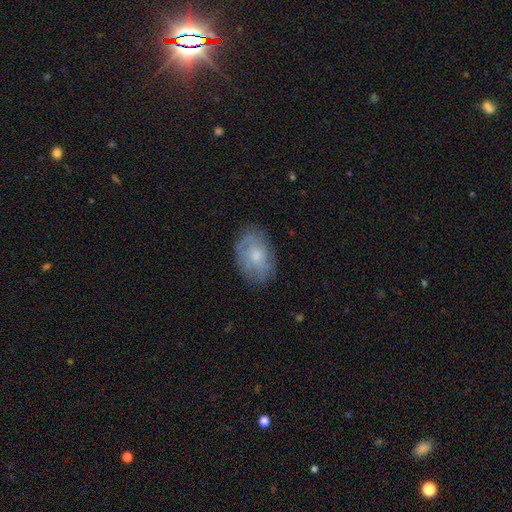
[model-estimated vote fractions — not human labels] Morphology: type=featured or disk (52%); edge-on=no (95%); merging=none (75%).